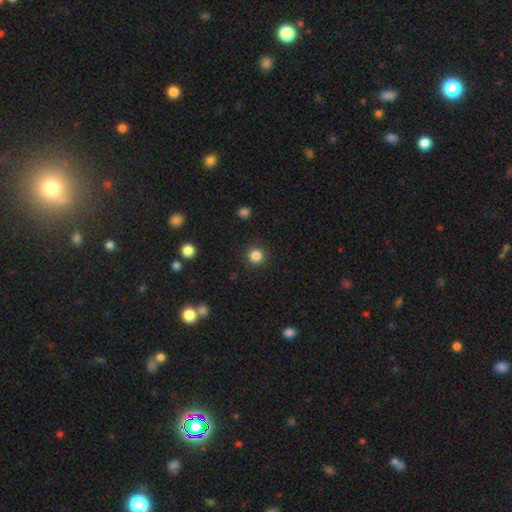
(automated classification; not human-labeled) Overall: smooth (85%). How rounded: round (95%). Merging: none (91%).